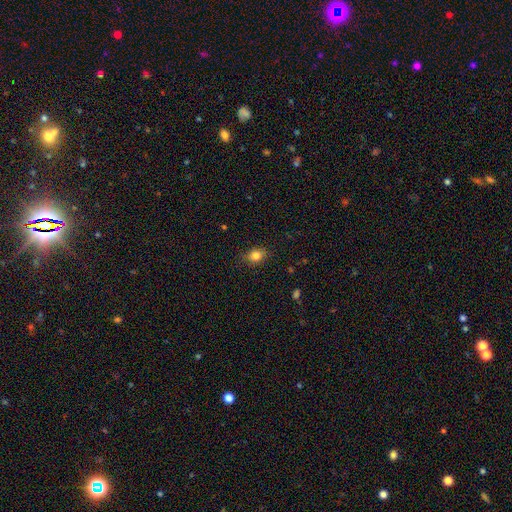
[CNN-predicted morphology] type=smooth (83%); roundness=in between (56%); merging=none (81%).